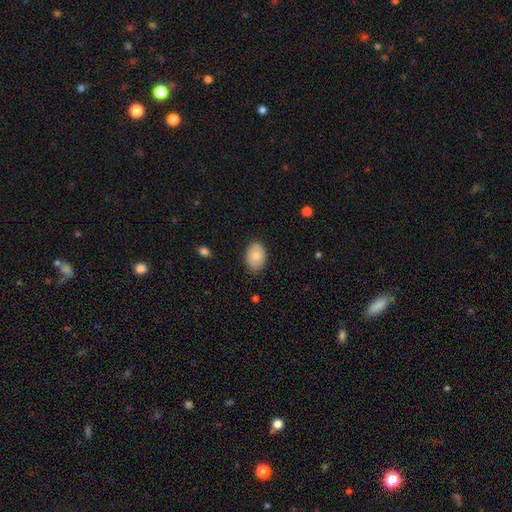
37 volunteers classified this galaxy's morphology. This appears to be a smooth galaxy with no disk features (81%) that is in between round and cigar-shaped (83%). Merging: none (89%).